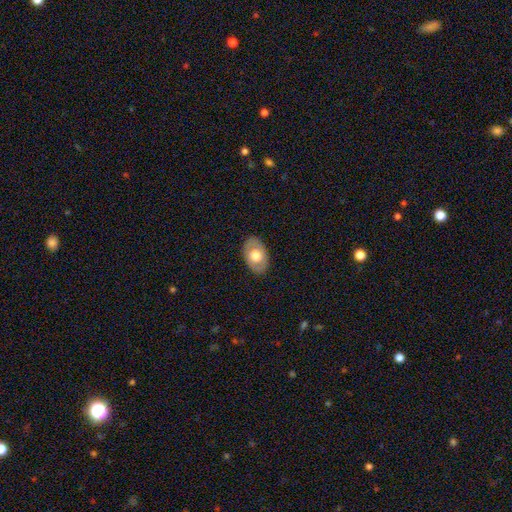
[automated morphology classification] A smooth galaxy with no disk features (61%) that is in between round and cigar-shaped (87%). Merging: none (85%).